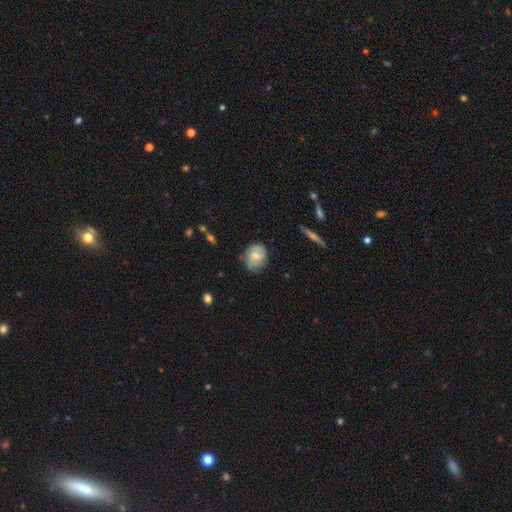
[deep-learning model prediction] smooth-or-featured: featured or disk: 54% | smooth: 39% | star or artifact: 7%
  disk-edge-on: no: 97% | yes: 3%
    bar: no: 57% | weak: 36% | strong: 6%
    has-spiral-arms: yes: 84% | no: 16%
    bulge-size: moderate: 50% | small: 42% | none: 4% | large: 3% | dominant: 1%
  merging: none: 71% | minor disturbance: 22% | major disturbance: 5% | merger: 1%